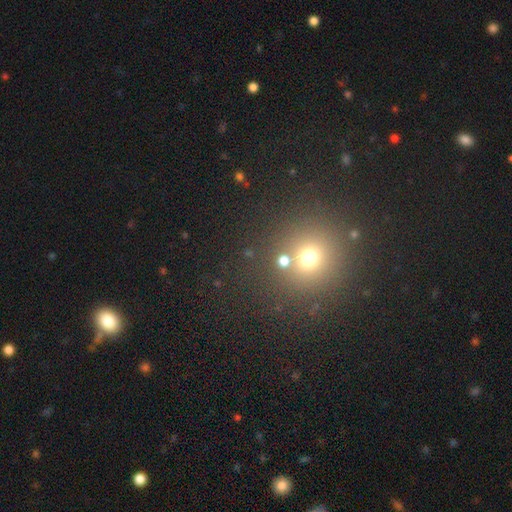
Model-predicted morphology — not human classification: The model was most divided on "smooth or featured": smooth: 49%, star or artifact: 43%, featured or disk: 8%. More confident: merging — none (78%).